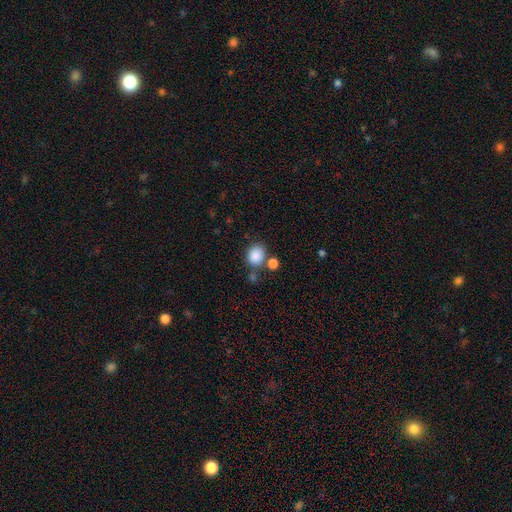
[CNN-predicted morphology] The model was most divided on "how rounded": in between: 50%, round: 49%, cigar-shaped: 1%. More confident: smooth or featured — smooth (87%); merging — none (67%).